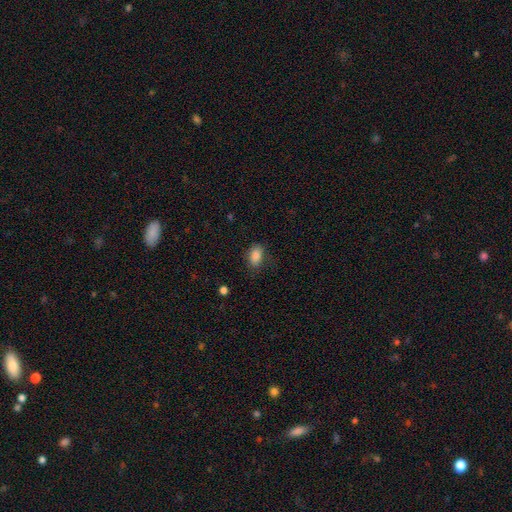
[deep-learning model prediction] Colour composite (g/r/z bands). It shows a smooth galaxy with no disk features (87%) that is in between round and cigar-shaped (89%). Merging: none (77%).